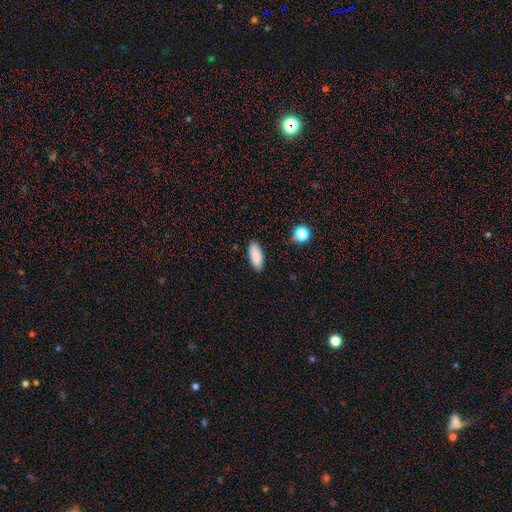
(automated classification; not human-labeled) Smooth or featured? Predicted: smooth (p=0.88). How rounded? Predicted: in between (p=0.78). Merging? Predicted: none (p=0.88).